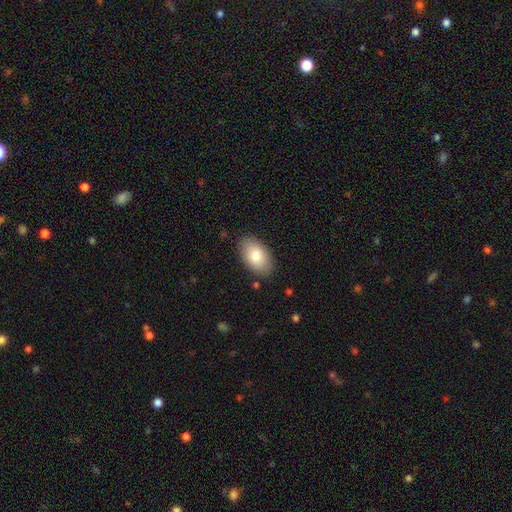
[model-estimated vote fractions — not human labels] This is clearly a smooth galaxy (80%). How rounded: clearly in between (93%). Merging: clearly none (85%).